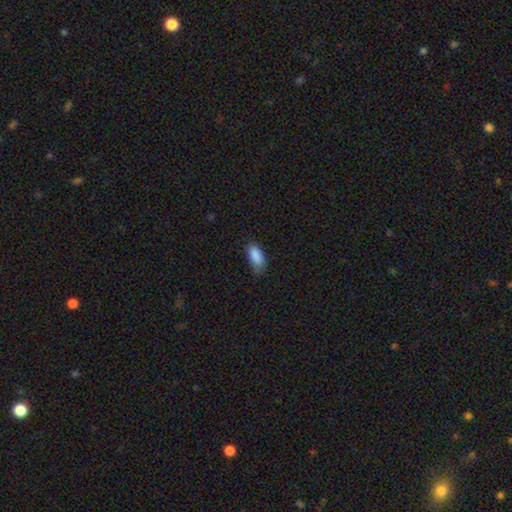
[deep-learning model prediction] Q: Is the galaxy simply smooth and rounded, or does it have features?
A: smooth — 89%.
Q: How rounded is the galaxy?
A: in between — 88%.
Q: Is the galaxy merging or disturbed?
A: none — 70%.